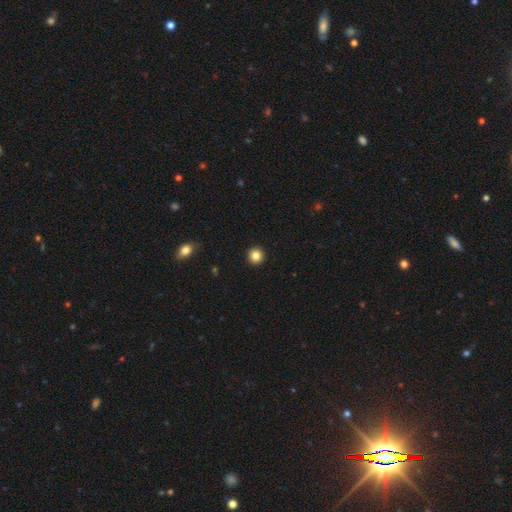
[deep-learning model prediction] Smooth or featured? Predicted: smooth (p=0.85). How rounded? Predicted: round (p=0.95). Merging? Predicted: none (p=0.94).